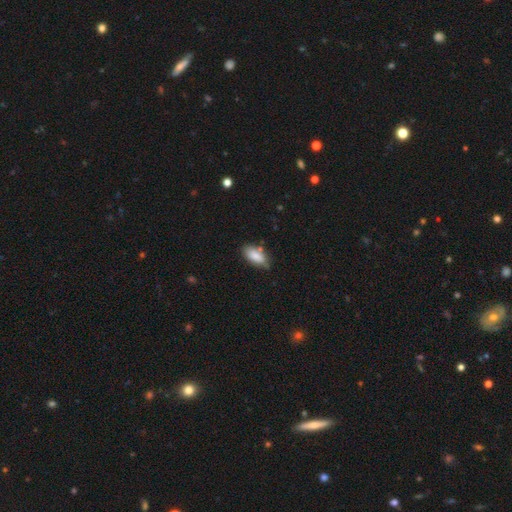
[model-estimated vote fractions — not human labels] Smooth or featured: smooth — 84% (featured or disk — 9%)
How rounded: in between — 88% (cigar-shaped — 9%)
Merging: none — 66% (minor disturbance — 25%)